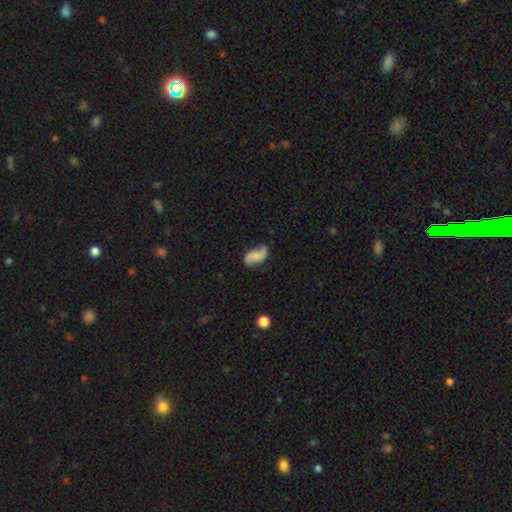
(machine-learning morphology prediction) Overall: featured or disk (47%; smooth 45%). Merging: none (68%).